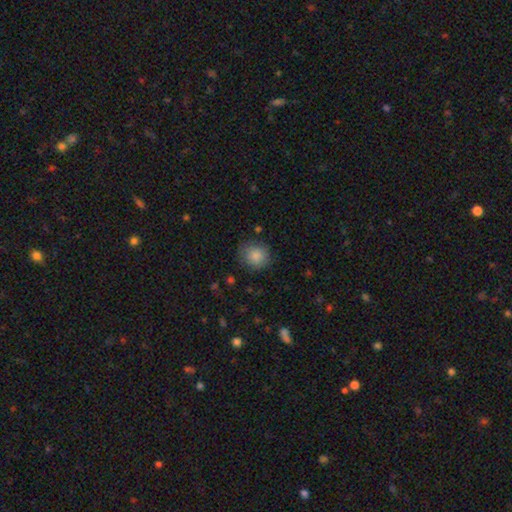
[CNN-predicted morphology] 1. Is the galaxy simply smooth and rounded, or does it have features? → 86% smooth, 9% star or artifact, 5% featured or disk.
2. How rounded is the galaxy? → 86% round, 13% in between, 1% cigar-shaped.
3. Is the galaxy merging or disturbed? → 81% none, 13% minor disturbance, 4% major disturbance, 1% merger.